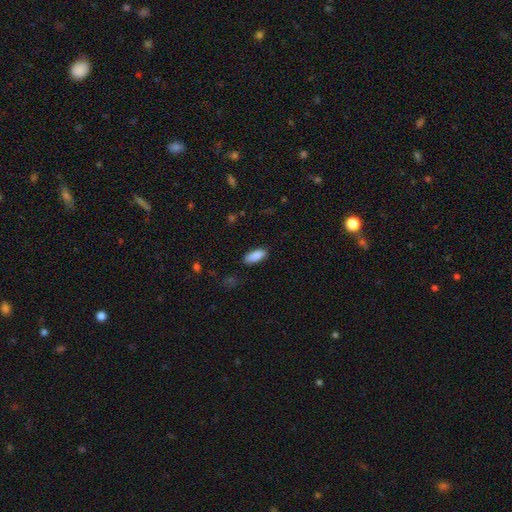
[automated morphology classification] This is clearly a smooth galaxy (89%). How rounded: clearly in between (82%). Merging: clearly none (87%).